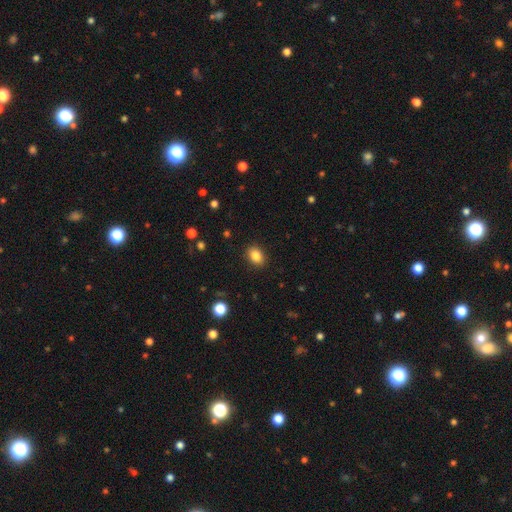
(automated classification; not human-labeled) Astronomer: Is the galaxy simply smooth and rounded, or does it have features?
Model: smooth — 86%.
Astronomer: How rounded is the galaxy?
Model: in between — 69%.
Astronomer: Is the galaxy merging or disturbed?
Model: none — 89%.